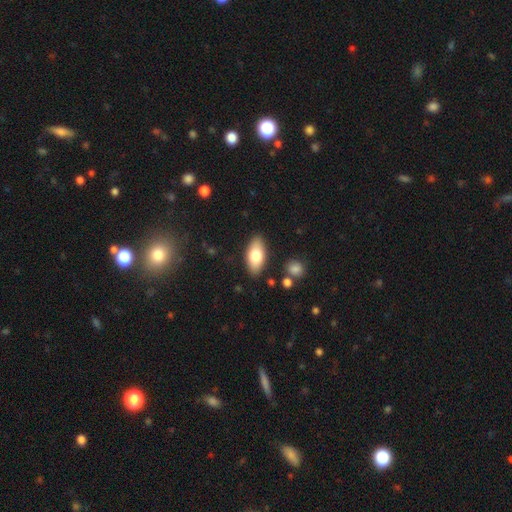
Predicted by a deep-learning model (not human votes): Smooth or featured: smooth — 75% (featured or disk — 18%)
How rounded: in between — 90% (cigar-shaped — 7%)
Merging: none — 86% (minor disturbance — 9%)